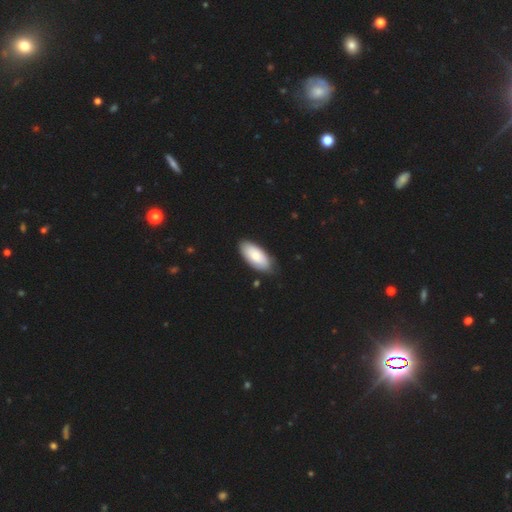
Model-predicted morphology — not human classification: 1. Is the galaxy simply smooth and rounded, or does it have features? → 74% smooth, 21% featured or disk, 5% star or artifact.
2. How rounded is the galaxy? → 92% in between, 6% cigar-shaped, 2% round.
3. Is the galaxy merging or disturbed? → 82% none, 14% minor disturbance, 3% major disturbance, 2% merger.